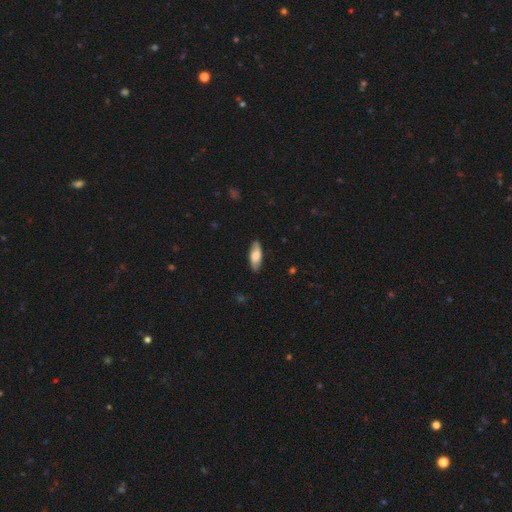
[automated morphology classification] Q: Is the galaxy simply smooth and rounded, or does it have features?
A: smooth — 74%.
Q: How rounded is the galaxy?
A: in between — 72%.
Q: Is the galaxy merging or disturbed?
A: none — 86%.